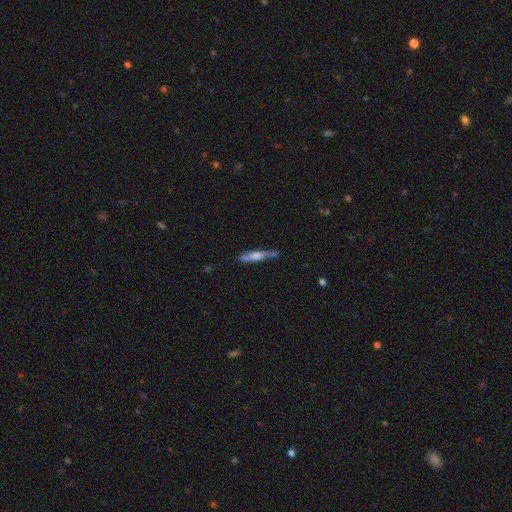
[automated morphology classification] smooth_or_featured: featured or disk (p=0.62) [alt: smooth p=0.32]
disk_edge_on: yes (p=0.96) [alt: no p=0.04]
edge_on_bulge: rounded (p=0.75) [alt: boxy p=0.16]
merging: none (p=0.78) [alt: minor disturbance p=0.15]